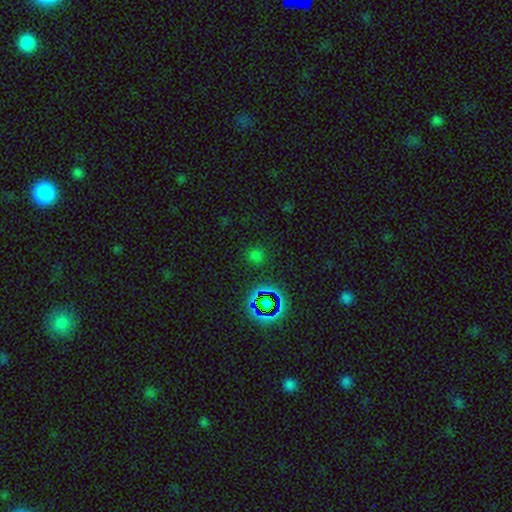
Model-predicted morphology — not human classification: Smooth or featured: smooth — 54% (star or artifact — 40%)
How rounded: round — 88% (in between — 11%)
Merging: none — 85% (minor disturbance — 9%)